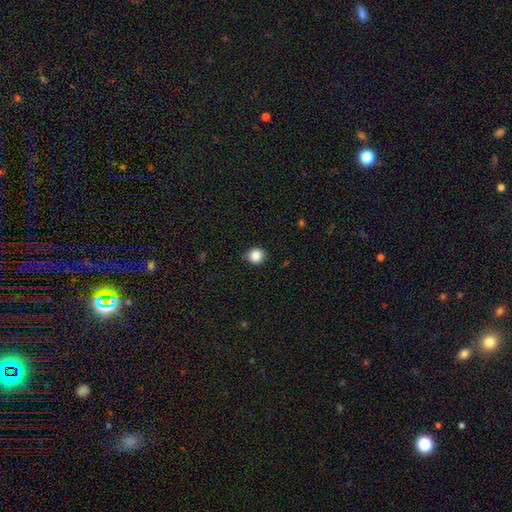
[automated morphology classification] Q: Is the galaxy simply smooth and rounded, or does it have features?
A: smooth — 86%.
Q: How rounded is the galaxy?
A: round — 88%.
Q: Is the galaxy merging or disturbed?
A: none — 87%.